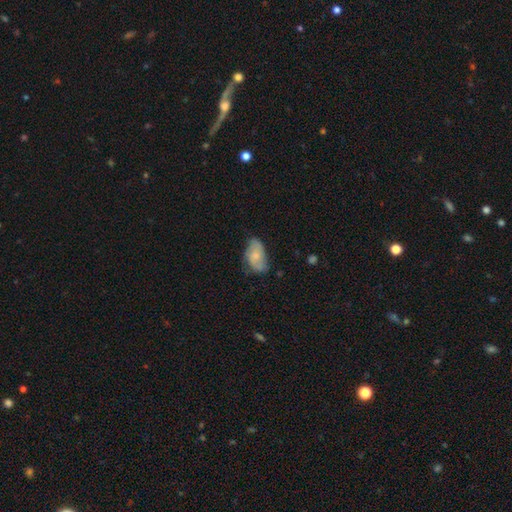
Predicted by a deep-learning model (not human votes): A smooth galaxy with no disk features (57%) that is in between round and cigar-shaped (92%). Merging: none (54%).